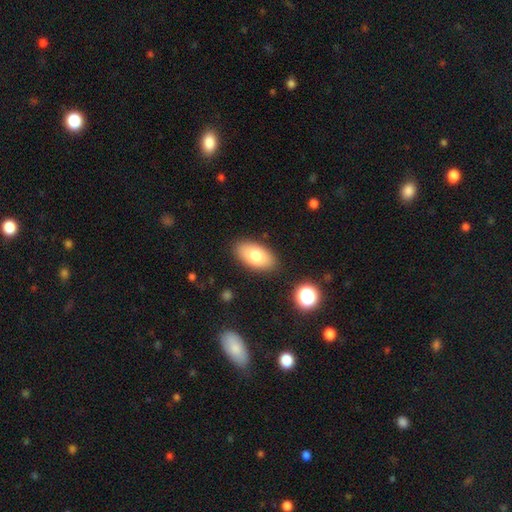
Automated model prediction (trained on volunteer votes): A smooth galaxy with no disk features (77%) that is in between round and cigar-shaped (93%).

Vote fractions:
- Smooth or featured? smooth: 77% / featured or disk: 16% / star or artifact: 8%
- How rounded? in between: 93% / round: 4% / cigar-shaped: 3%
- Merging? none: 86% / minor disturbance: 9% / major disturbance: 3% / merger: 2%